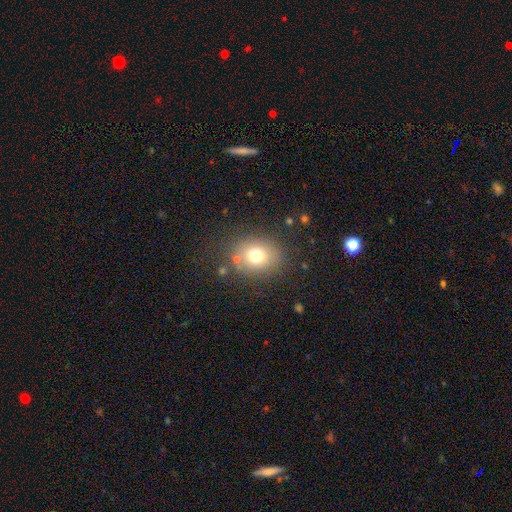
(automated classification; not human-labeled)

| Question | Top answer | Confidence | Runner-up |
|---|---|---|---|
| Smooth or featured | smooth | 72% | star or artifact (15%) |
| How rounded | round | 63% | in between (36%) |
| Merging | none | 79% | minor disturbance (11%) |